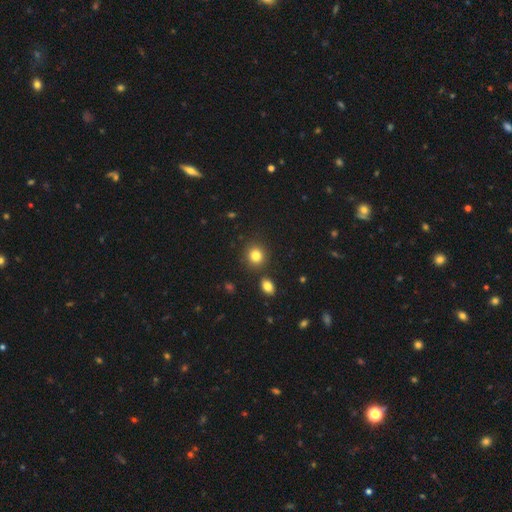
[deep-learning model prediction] Overall: smooth (84%). How rounded: round (81%). Merging: none (83%).